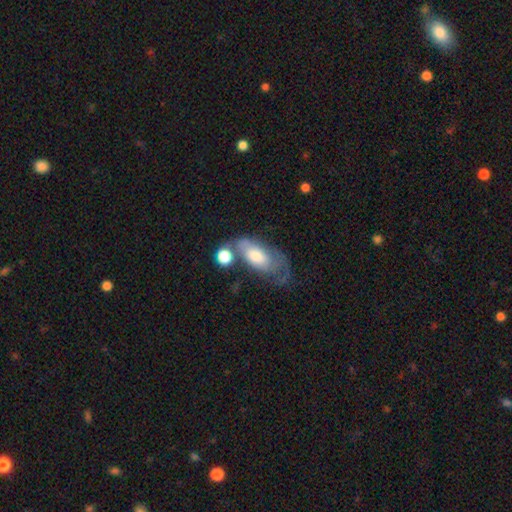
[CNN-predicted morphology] smooth_or_featured: featured or disk (p=0.47) [alt: smooth p=0.46]
merging: none (p=0.31) [alt: major disturbance p=0.28]